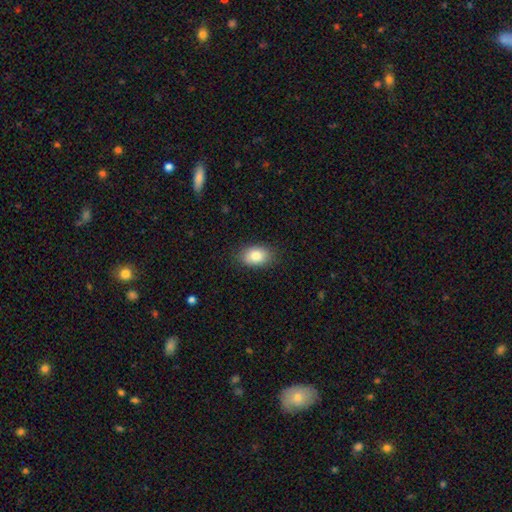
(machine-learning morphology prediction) smooth_or_featured: smooth (p=0.84) [alt: featured or disk p=0.08]
how_rounded: in between (p=0.85) [alt: round p=0.14]
merging: none (p=0.86) [alt: minor disturbance p=0.10]